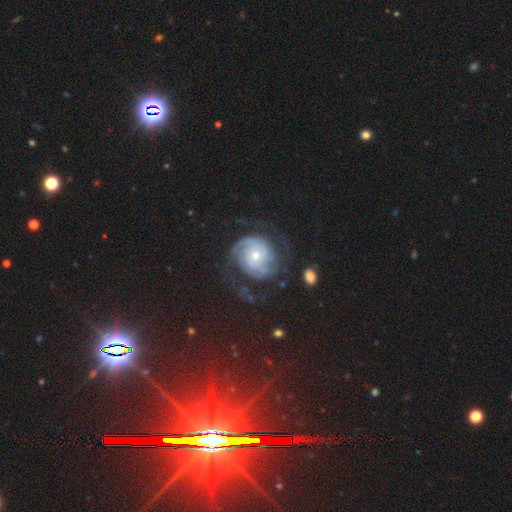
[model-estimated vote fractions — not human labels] Smooth or featured?
  - featured or disk: 83% *
  - smooth: 11%
  - star or artifact: 6%
Edge-on disk?
  - no: 98% *
  - yes: 2%
Bar?
  - no: 72% *
  - weak: 23%
  - strong: 5%
Spiral arms?
  - yes: 94% *
  - no: 6%
Spiral winding?
  - tight: 52% *
  - medium: 34%
  - loose: 13%
Spiral arm count?
  - 2: 54% *
  - can't tell: 20%
  - 3: 12%
  - 1: 5%
  - 4: 5%
  - more than 4: 4%
Bulge size?
  - moderate: 48% *
  - small: 45%
  - large: 4%
  - none: 1%
  - dominant: 1%
Merging?
  - none: 65% *
  - minor disturbance: 17%
  - major disturbance: 16%
  - merger: 2%